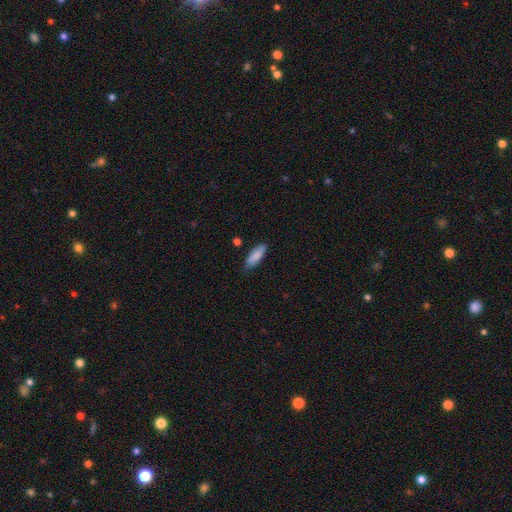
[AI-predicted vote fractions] A smooth galaxy with no disk features (85%) that is in between round and cigar-shaped (57%). Merging: none (82%).